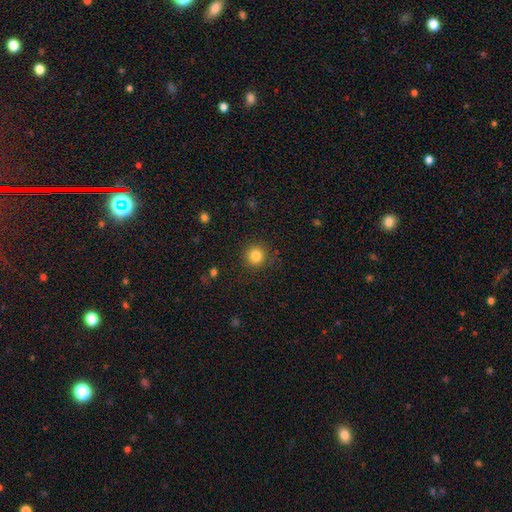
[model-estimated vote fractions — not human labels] Smooth or featured: smooth — 83% (star or artifact — 11%)
How rounded: round — 93% (in between — 6%)
Merging: none — 88% (minor disturbance — 7%)